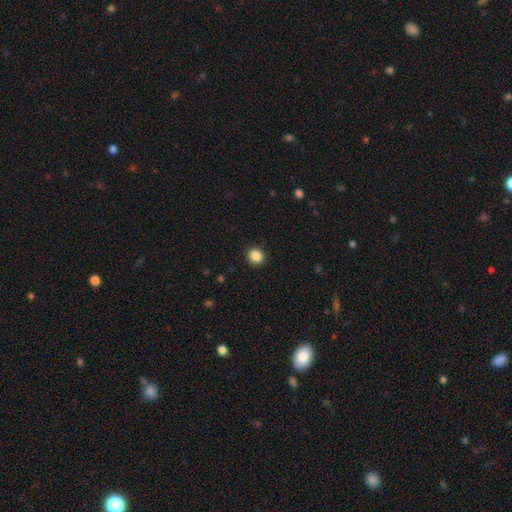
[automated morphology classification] Smooth or featured? Predicted: smooth (p=0.87). How rounded? Predicted: round (p=0.87). Merging? Predicted: none (p=0.92).